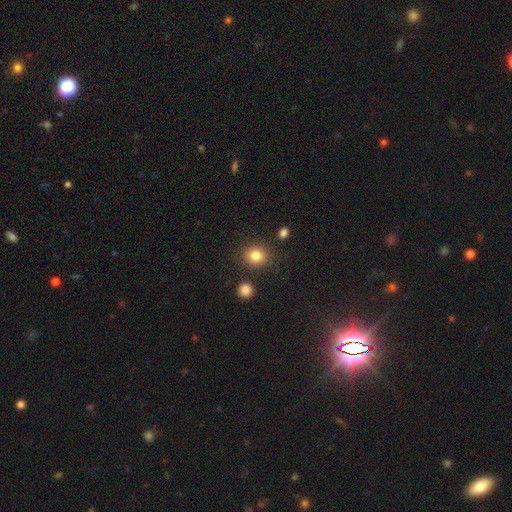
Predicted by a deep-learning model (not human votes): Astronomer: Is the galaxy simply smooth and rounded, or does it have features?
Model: smooth — 84%.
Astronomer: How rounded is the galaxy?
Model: round — 76%.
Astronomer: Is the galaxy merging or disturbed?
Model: none — 84%.